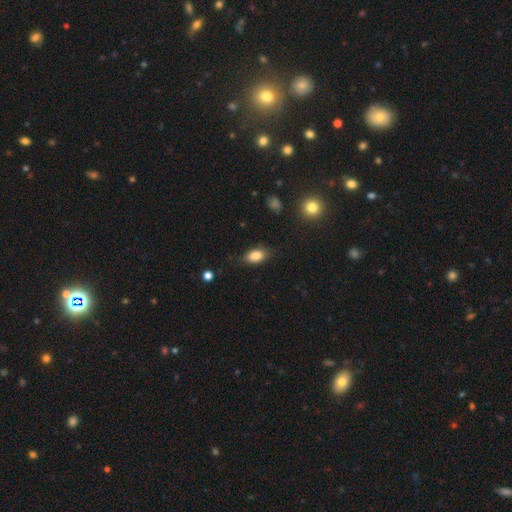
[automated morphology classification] smooth-or-featured: smooth: 85% | star or artifact: 8% | featured or disk: 7%
  how-rounded: in between: 89% | round: 7% | cigar-shaped: 4%
  merging: none: 80% | minor disturbance: 15% | major disturbance: 4% | merger: 1%